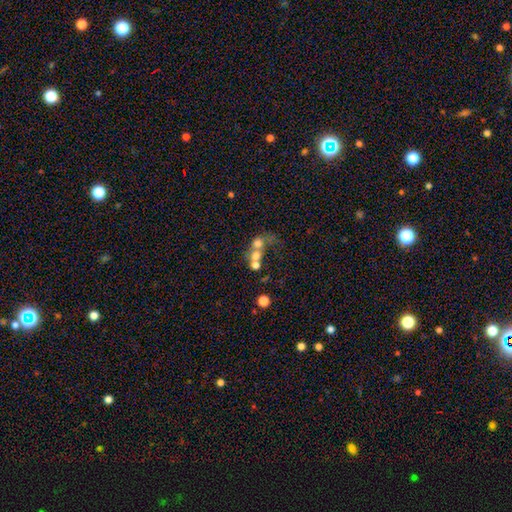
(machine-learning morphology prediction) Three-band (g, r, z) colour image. It shows a smooth galaxy with no disk features (57%) that is round (73%). Merging: merger (61%).